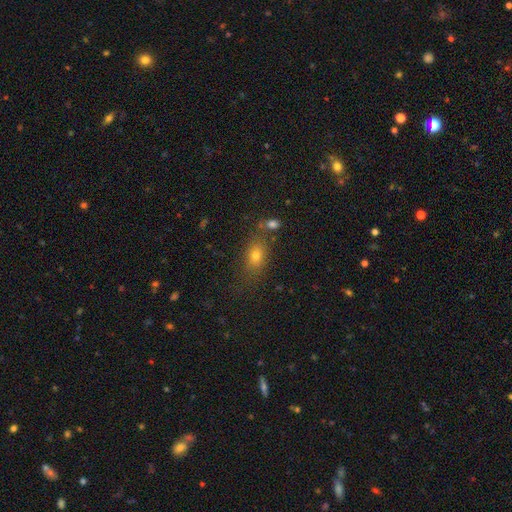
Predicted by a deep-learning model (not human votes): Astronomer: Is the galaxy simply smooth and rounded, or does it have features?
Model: smooth — 72%.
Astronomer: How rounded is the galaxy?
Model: in between — 73%.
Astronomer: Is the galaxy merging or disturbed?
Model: none — 71%.